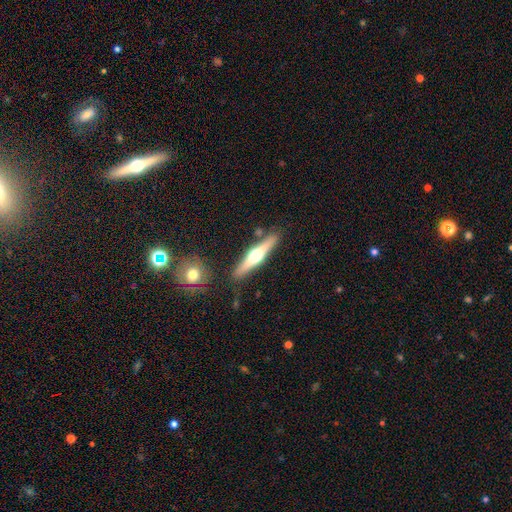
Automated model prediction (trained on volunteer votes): Morphology: type=featured or disk (68%); edge-on=yes (97%); edge-on bulge=rounded (94%); merging=none (84%).